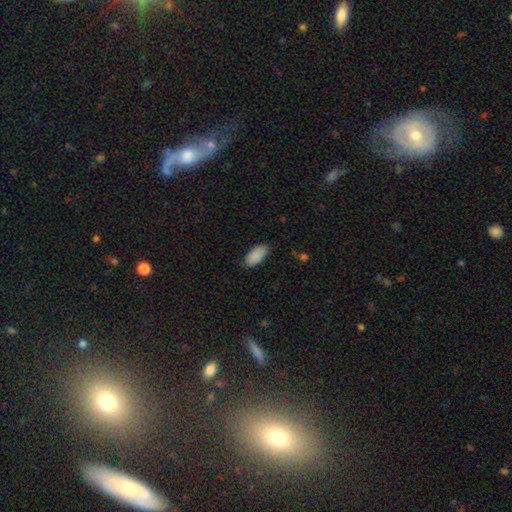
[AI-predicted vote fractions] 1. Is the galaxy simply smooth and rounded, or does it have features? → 90% smooth, 6% star or artifact, 3% featured or disk.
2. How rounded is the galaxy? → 91% in between, 7% cigar-shaped, 2% round.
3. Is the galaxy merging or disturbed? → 85% none, 11% minor disturbance, 2% major disturbance, 1% merger.